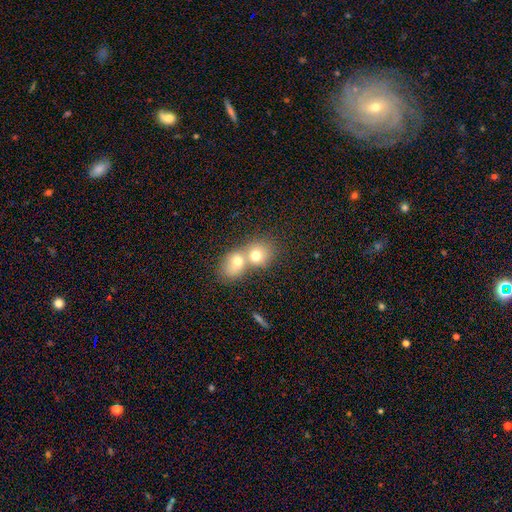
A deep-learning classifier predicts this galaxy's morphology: Smooth or featured? smooth (69%)
How rounded? round (68%)
Merging? merger (68%)